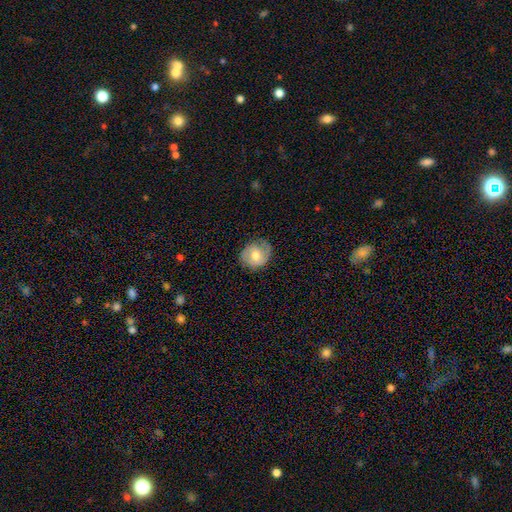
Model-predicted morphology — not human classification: Q: Smooth or featured?
A: smooth (47%); runner-up: featured or disk (46%)
Q: Merging?
A: none (72%); runner-up: minor disturbance (20%)